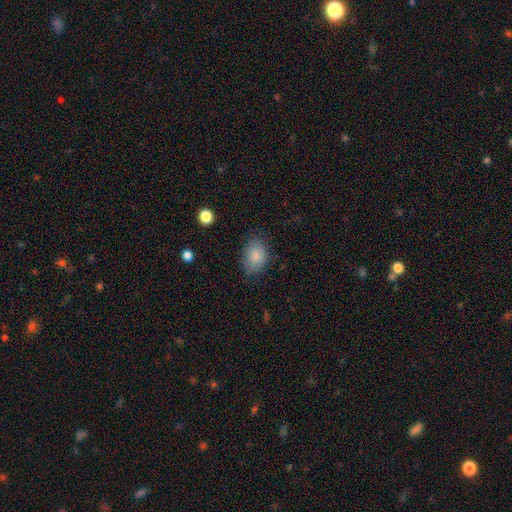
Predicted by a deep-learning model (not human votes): Q: Smooth or featured?
A: smooth (85%); runner-up: star or artifact (8%)
Q: How rounded?
A: in between (80%); runner-up: round (19%)
Q: Merging?
A: none (76%); runner-up: minor disturbance (18%)